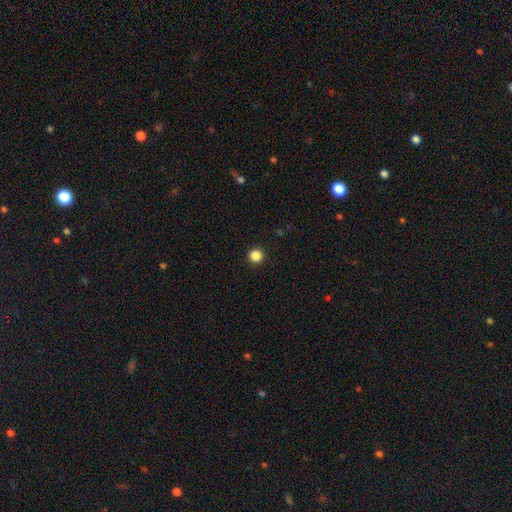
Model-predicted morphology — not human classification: The model was most divided on "smooth or featured": smooth: 85%, star or artifact: 12%, featured or disk: 3%. More confident: how rounded — round (95%); merging — none (94%).